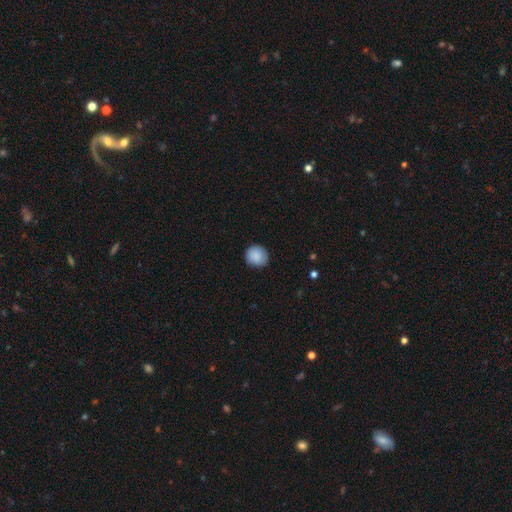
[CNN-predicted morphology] type=smooth (89%); roundness=round (90%); merging=none (87%).